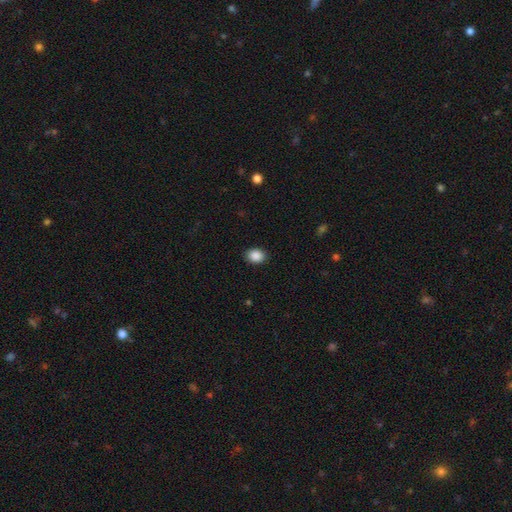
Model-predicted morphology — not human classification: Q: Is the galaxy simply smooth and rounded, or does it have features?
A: smooth — 89%.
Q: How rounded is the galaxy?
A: in between — 65%.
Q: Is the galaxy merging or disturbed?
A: none — 90%.